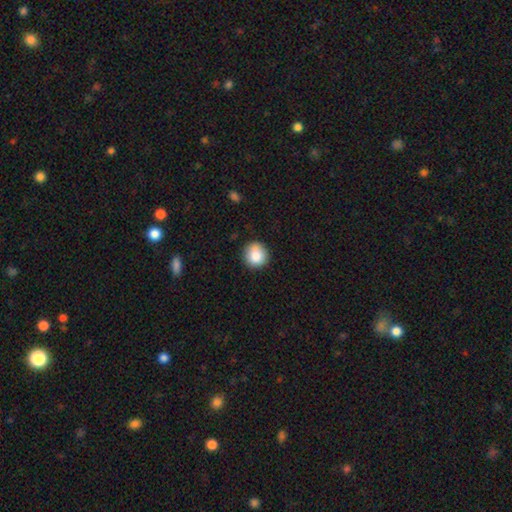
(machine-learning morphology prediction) Smooth or featured: smooth — 85% (star or artifact — 9%)
How rounded: round — 92% (in between — 7%)
Merging: none — 85% (minor disturbance — 11%)